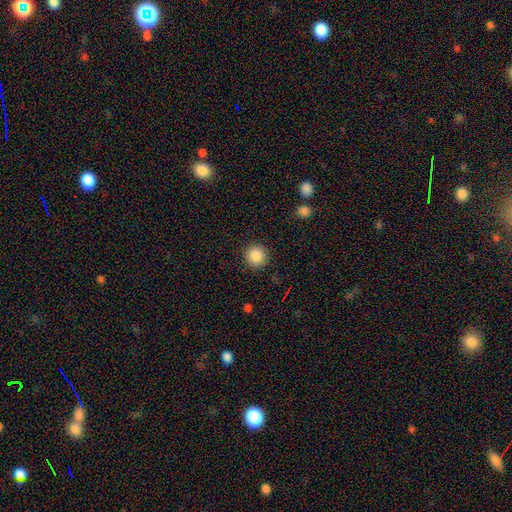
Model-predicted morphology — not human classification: Smooth or featured? Predicted: smooth (p=0.87). How rounded? Predicted: round (p=0.93). Merging? Predicted: none (p=0.91).